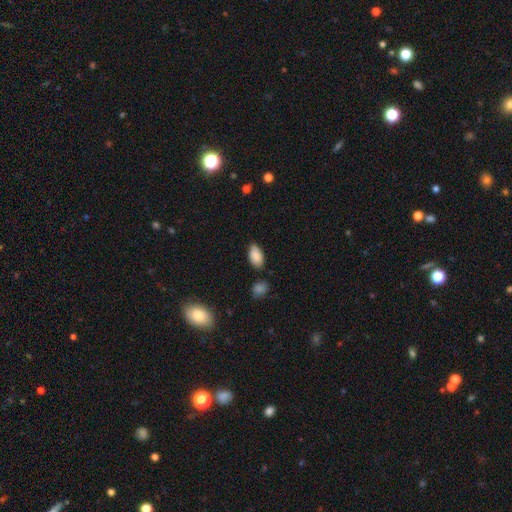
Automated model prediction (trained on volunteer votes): smooth 87%, star or artifact 7%, featured or disk 5%. Down the decision tree: how rounded — in between (94%); merging — none (75%).